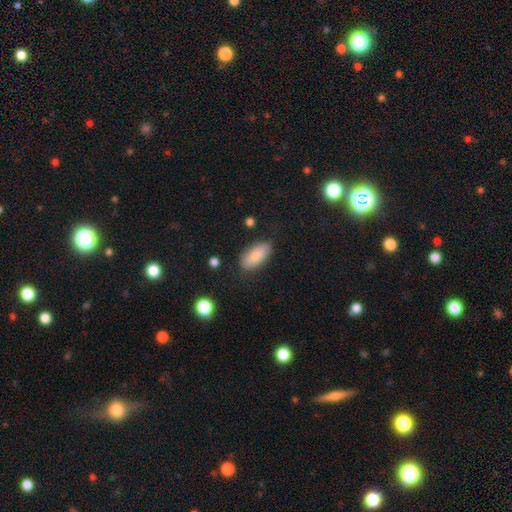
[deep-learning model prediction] Smooth or featured: smooth — 84% (featured or disk — 10%)
How rounded: in between — 90% (cigar-shaped — 8%)
Merging: none — 79% (minor disturbance — 15%)